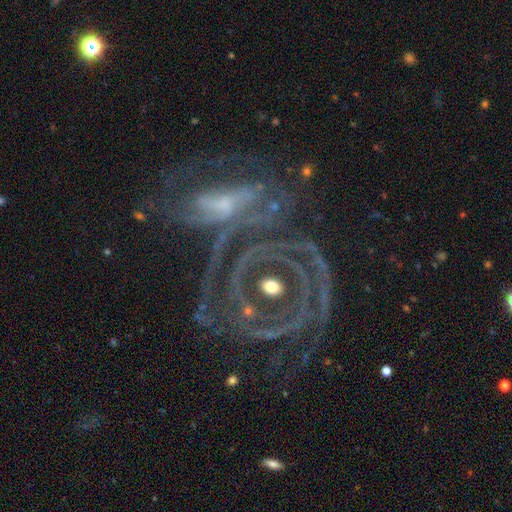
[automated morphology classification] Smooth or featured: featured or disk — 80% (star or artifact — 12%)
Edge-on disk: no — 92% (yes — 8%)
Bar: no — 50% (weak — 28%)
Spiral arms: yes — 81% (no — 19%)
Spiral winding: tight — 66% (medium — 24%)
Spiral arm count: can't tell — 37% (2 — 23%)
Bulge size: small — 49% (moderate — 38%)
Merging: none — 45% (merger — 22%)